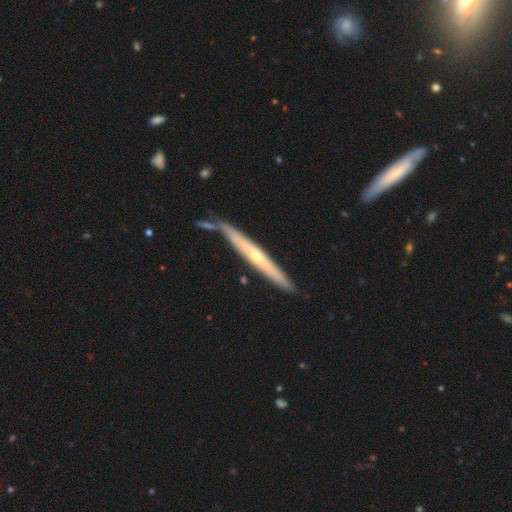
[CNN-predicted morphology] type=featured or disk (66%); edge-on=yes (92%); edge-on bulge=rounded (64%); merging=none (76%).